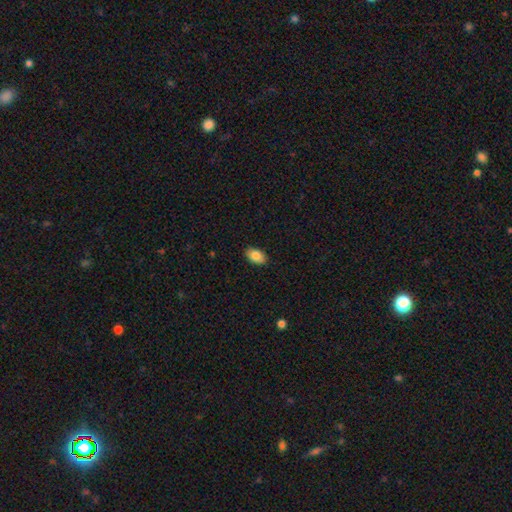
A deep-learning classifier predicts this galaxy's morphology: A smooth galaxy with no disk features (85%) that is in between round and cigar-shaped (92%). Merging: none (89%).